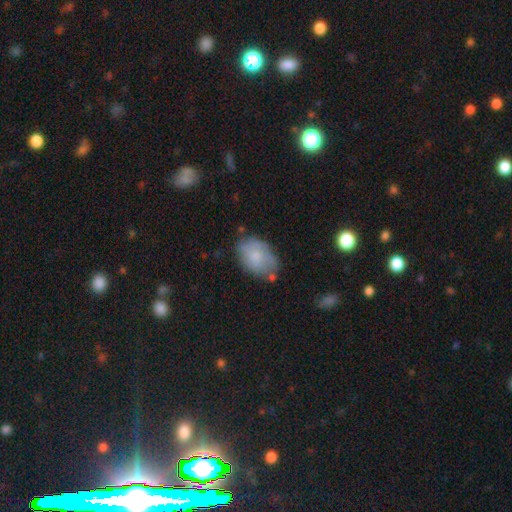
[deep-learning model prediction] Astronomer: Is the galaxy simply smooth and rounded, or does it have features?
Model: smooth — 72%.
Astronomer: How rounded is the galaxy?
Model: in between — 85%.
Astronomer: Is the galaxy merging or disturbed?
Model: none — 57%.